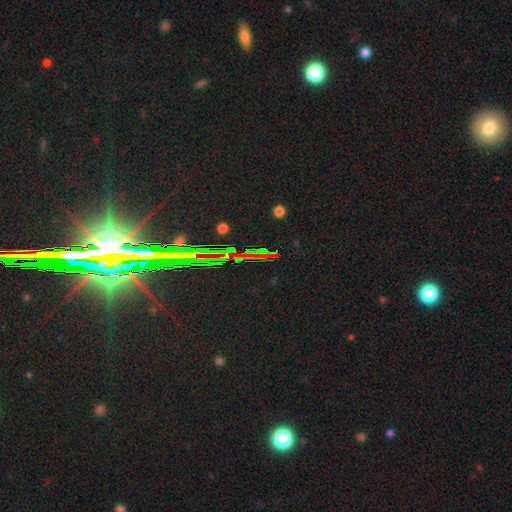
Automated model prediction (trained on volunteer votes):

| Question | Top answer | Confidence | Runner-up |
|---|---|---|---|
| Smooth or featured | star or artifact | 80% | featured or disk (11%) |